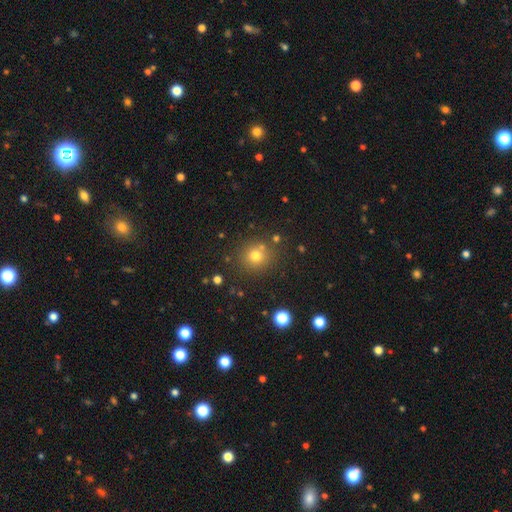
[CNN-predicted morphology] Smooth or featured? Predicted: smooth (p=0.73). How rounded? Predicted: round (p=0.90). Merging? Predicted: none (p=0.79).